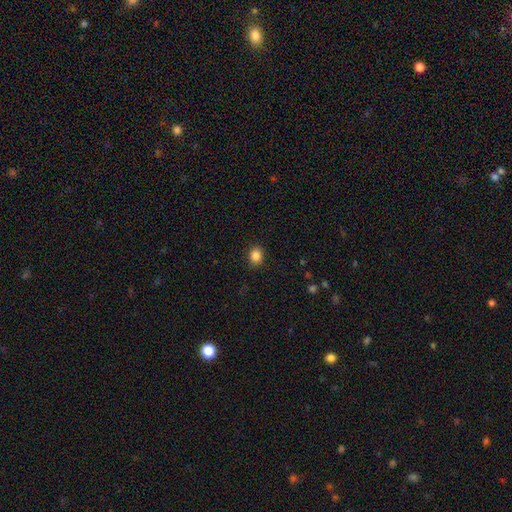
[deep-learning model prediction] This appears to be a smooth galaxy with no disk features (85%) that is round (71%). Merging: none (88%).